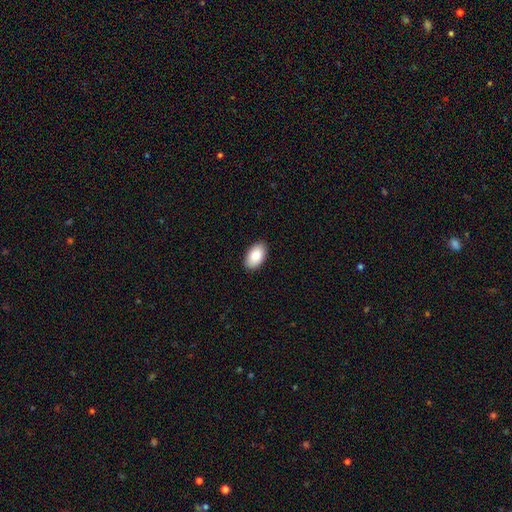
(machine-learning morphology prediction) Overall: smooth (89%). How rounded: in between (95%). Merging: none (89%).